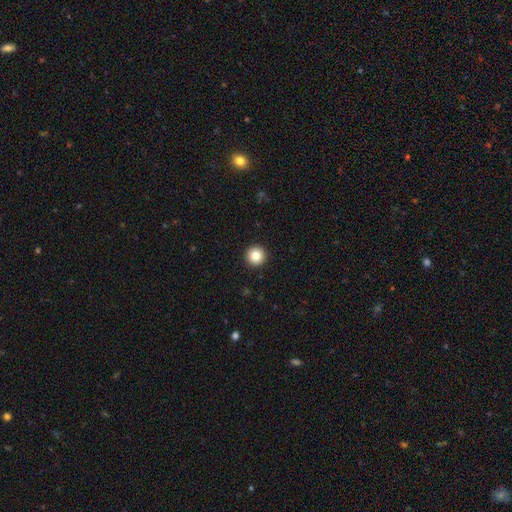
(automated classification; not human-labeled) Morphology: type=smooth (83%); roundness=round (97%); merging=none (94%).